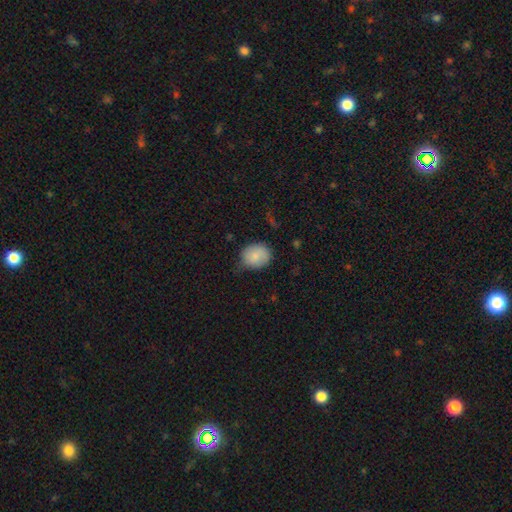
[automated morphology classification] The model was most divided on "merging": none: 63%, minor disturbance: 29%, major disturbance: 6%, merger: 2%. More confident: smooth or featured — smooth (82%); how rounded — round (68%).